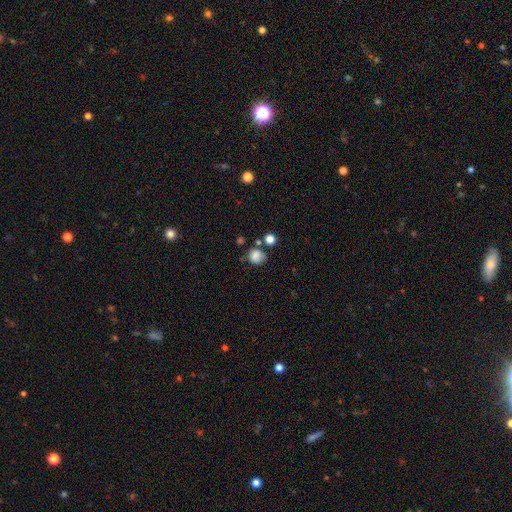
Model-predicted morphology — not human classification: This appears to be a smooth galaxy with no disk features (81%) that is round (75%). Merging: none (58%).